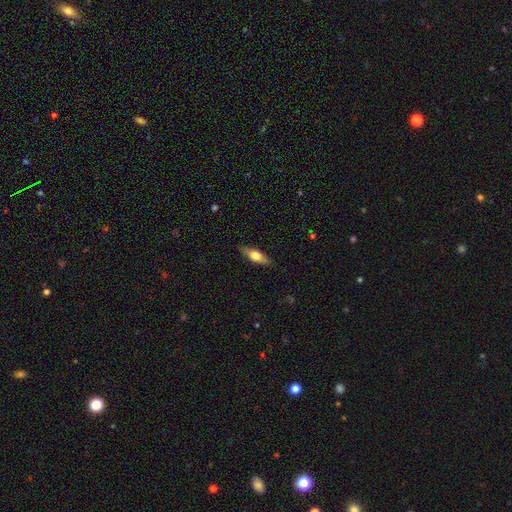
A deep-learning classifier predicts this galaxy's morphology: type=smooth (53%); roundness=in between (50%); merging=none (88%).